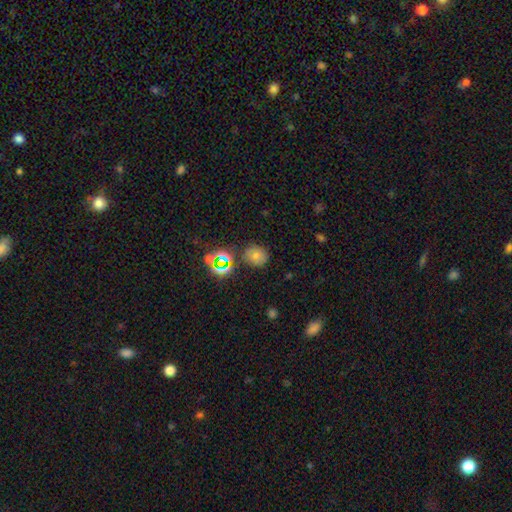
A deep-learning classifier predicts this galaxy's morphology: Overall: smooth (68%). How rounded: round (75%). Merging: none (79%).